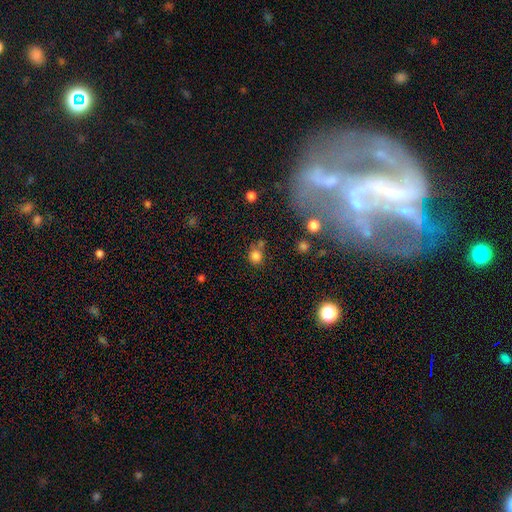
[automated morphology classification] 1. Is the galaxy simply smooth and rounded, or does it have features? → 80% smooth, 14% star or artifact, 6% featured or disk.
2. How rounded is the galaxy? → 85% round, 14% in between, 1% cigar-shaped.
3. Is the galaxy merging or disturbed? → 65% none, 17% merger, 13% minor disturbance, 5% major disturbance.